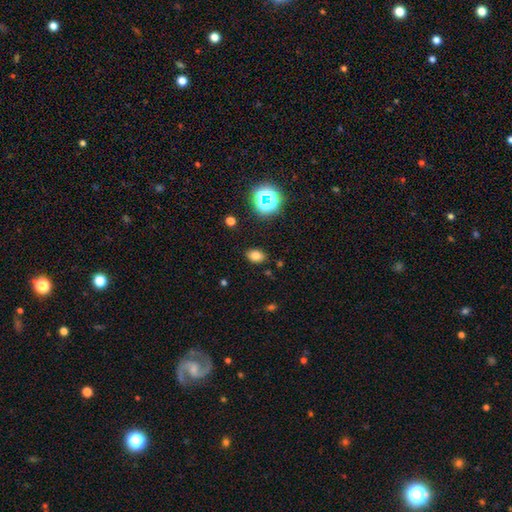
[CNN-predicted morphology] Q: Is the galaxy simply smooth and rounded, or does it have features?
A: smooth — 76%.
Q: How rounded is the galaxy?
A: in between — 76%.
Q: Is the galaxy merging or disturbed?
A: none — 86%.